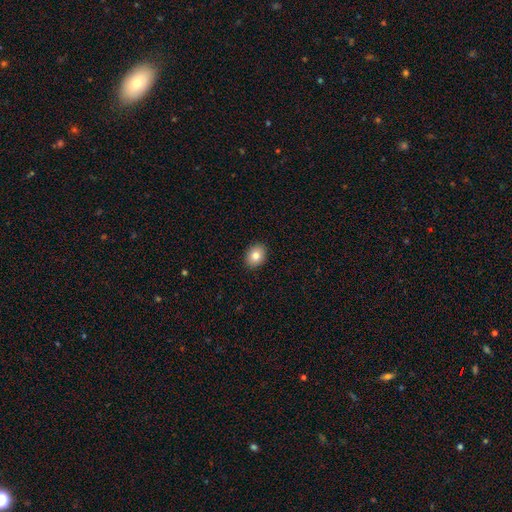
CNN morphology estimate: A smooth galaxy with no disk features (81%) that is in between round and cigar-shaped (66%).

Vote fractions:
- Smooth or featured? smooth: 81% / featured or disk: 10% / star or artifact: 9%
- How rounded? in between: 66% / round: 33% / cigar-shaped: 1%
- Merging? none: 90% / minor disturbance: 7% / major disturbance: 2% / merger: 1%